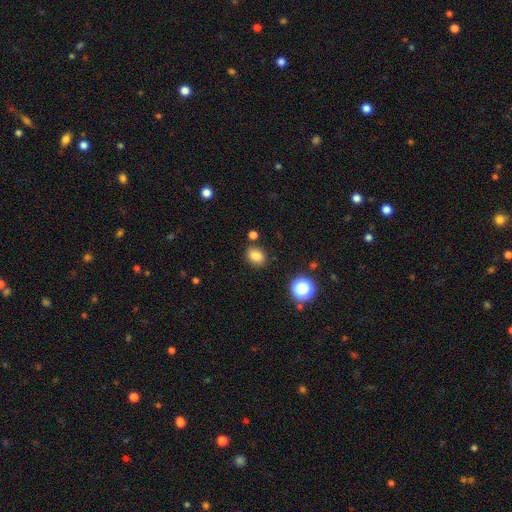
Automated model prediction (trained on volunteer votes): Smooth or featured: smooth — 83% (star or artifact — 13%)
How rounded: in between — 63% (round — 36%)
Merging: none — 82% (minor disturbance — 11%)